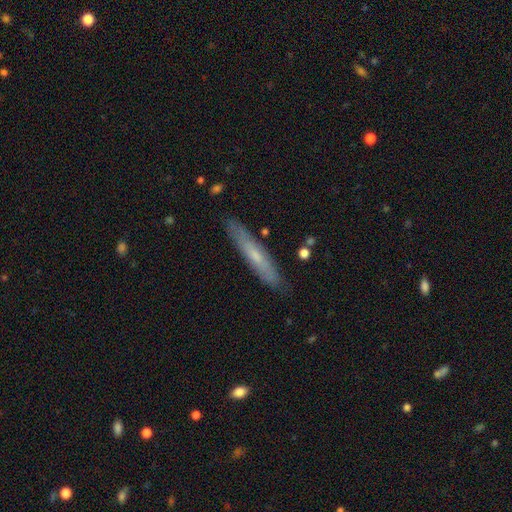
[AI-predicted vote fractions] Smooth or featured: smooth — 50% (featured or disk — 44%)
Merging: none — 85% (minor disturbance — 11%)